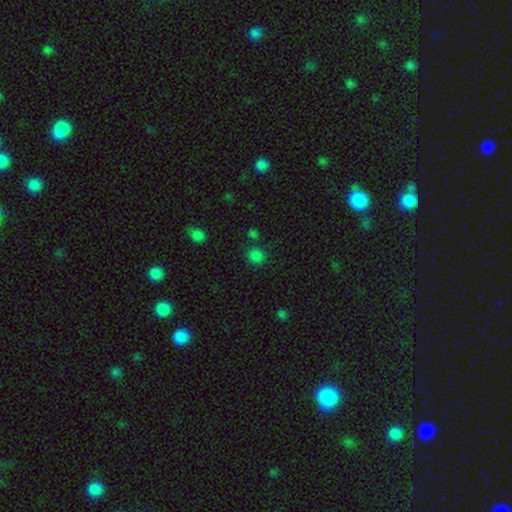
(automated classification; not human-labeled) smooth-or-featured: smooth: 79% | star or artifact: 17% | featured or disk: 4%
  how-rounded: round: 85% | in between: 14% | cigar-shaped: 1%
  merging: none: 79% | minor disturbance: 11% | merger: 7% | major disturbance: 4%